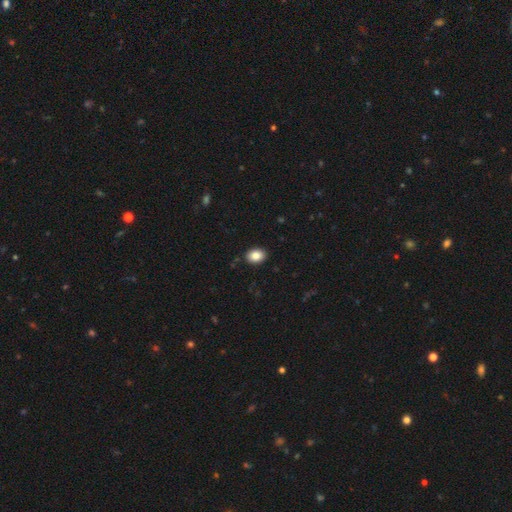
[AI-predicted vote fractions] A smooth galaxy with no disk features (85%) that is in between round and cigar-shaped (71%). Merging: none (90%).